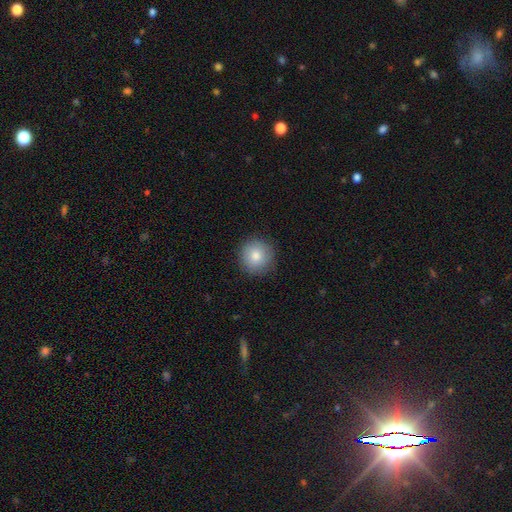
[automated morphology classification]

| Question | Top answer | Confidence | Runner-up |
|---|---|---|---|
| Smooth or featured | smooth | 82% | featured or disk (9%) |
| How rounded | round | 94% | in between (5%) |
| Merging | none | 88% | minor disturbance (8%) |